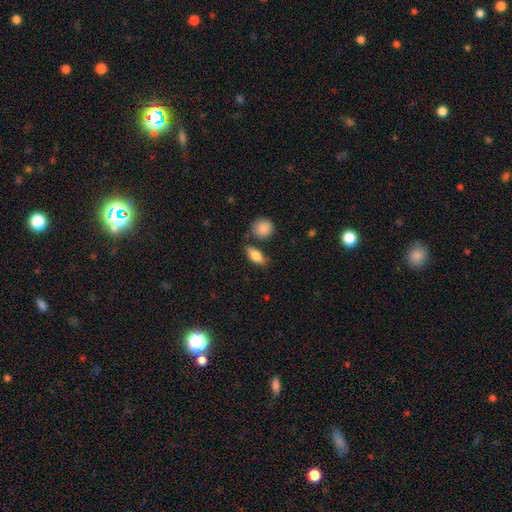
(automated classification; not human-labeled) Smooth or featured?
  - smooth: 78% *
  - featured or disk: 15%
  - star or artifact: 7%
How rounded?
  - in between: 79% *
  - cigar-shaped: 16%
  - round: 6%
Merging?
  - none: 73% *
  - minor disturbance: 15%
  - merger: 8%
  - major disturbance: 4%